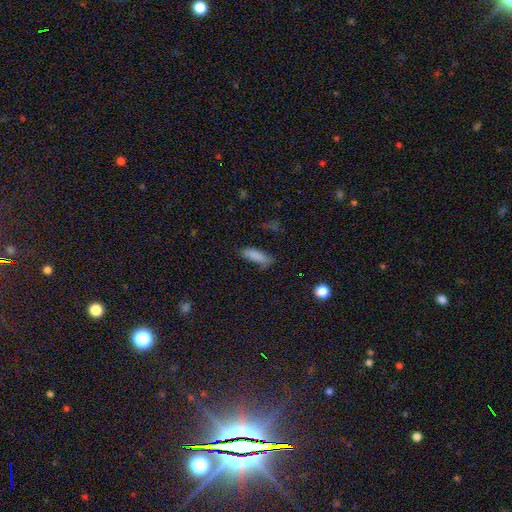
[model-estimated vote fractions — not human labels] Overall: smooth (84%). How rounded: in between (64%; cigar-shaped 34%). Merging: none (66%).